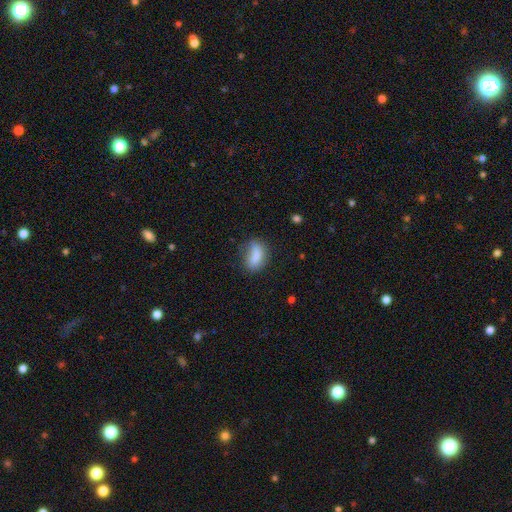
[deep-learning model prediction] smooth 81%, featured or disk 10%, star or artifact 9%. Down the decision tree: how rounded — in between (84%); merging — none (54%).